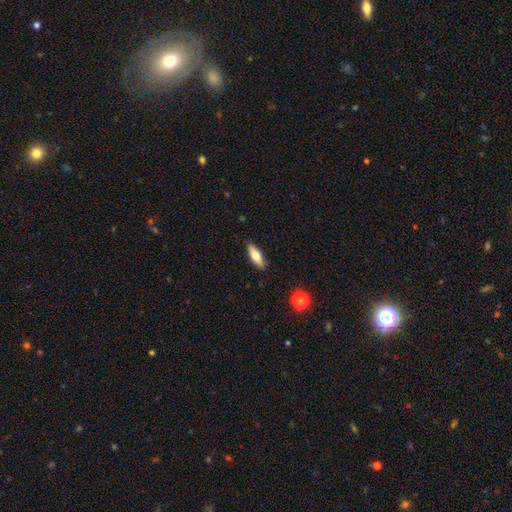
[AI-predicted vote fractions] smooth-or-featured: smooth: 71% | featured or disk: 22% | star or artifact: 7%
  how-rounded: in between: 63% | cigar-shaped: 34% | round: 2%
  merging: none: 88% | minor disturbance: 9% | major disturbance: 2% | merger: 1%